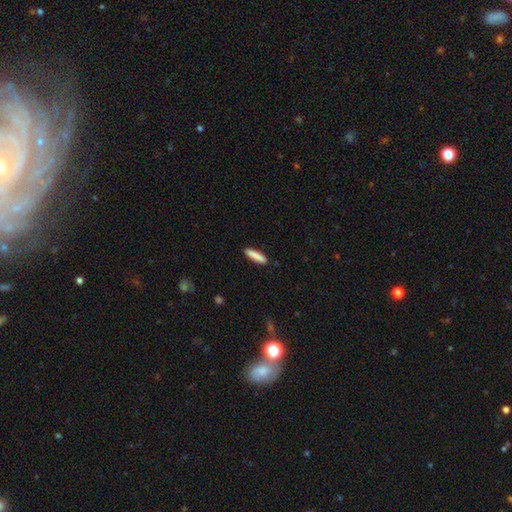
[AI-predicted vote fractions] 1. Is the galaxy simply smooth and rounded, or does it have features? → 87% smooth, 7% featured or disk, 6% star or artifact.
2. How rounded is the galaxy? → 85% cigar-shaped, 13% in between, 1% round.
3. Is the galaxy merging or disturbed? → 91% none, 7% minor disturbance, 2% major disturbance, 1% merger.